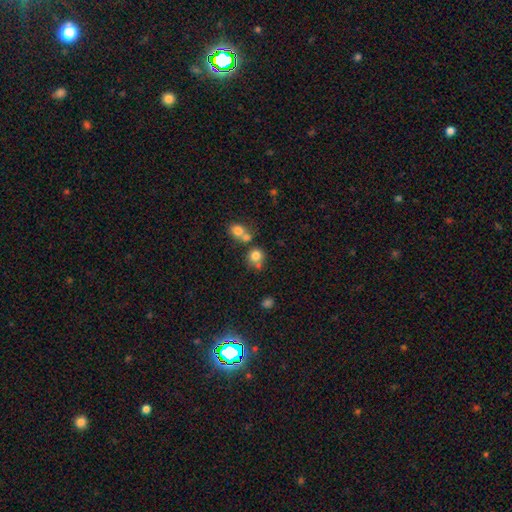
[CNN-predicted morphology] smooth-or-featured: smooth: 78% | star or artifact: 13% | featured or disk: 9%
  how-rounded: round: 87% | in between: 12% | cigar-shaped: 1%
  merging: none: 53% | merger: 34% | minor disturbance: 9% | major disturbance: 4%